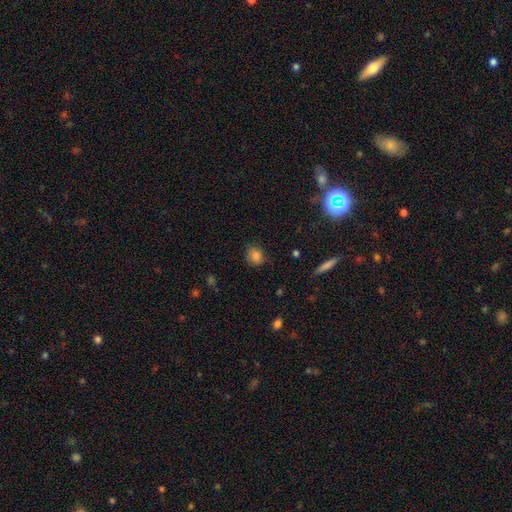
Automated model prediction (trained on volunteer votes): smooth_or_featured: smooth (p=0.82) [alt: star or artifact p=0.12]
how_rounded: round (p=0.74) [alt: in between p=0.25]
merging: none (p=0.81) [alt: minor disturbance p=0.14]